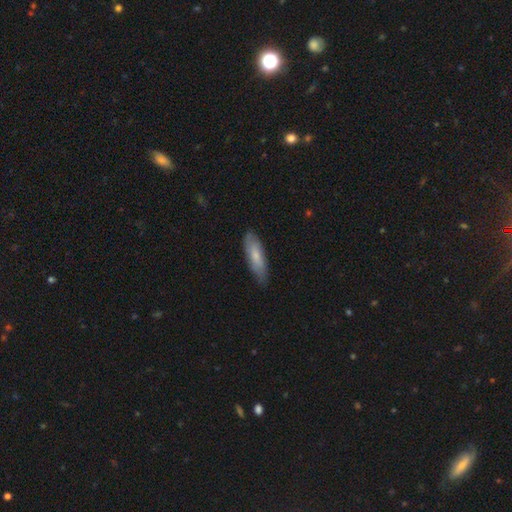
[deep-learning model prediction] Smooth or featured: smooth — 66% (featured or disk — 29%)
How rounded: cigar-shaped — 52% (in between — 46%)
Merging: none — 77% (minor disturbance — 19%)